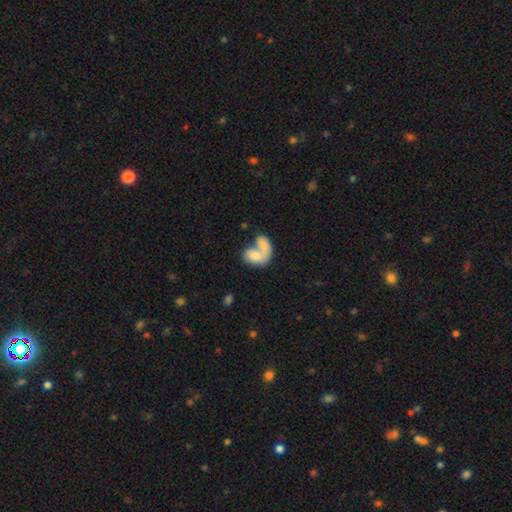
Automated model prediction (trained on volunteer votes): smooth 64%, featured or disk 29%, star or artifact 6%. Down the decision tree: how rounded — in between (77%); merging — merger (76%).